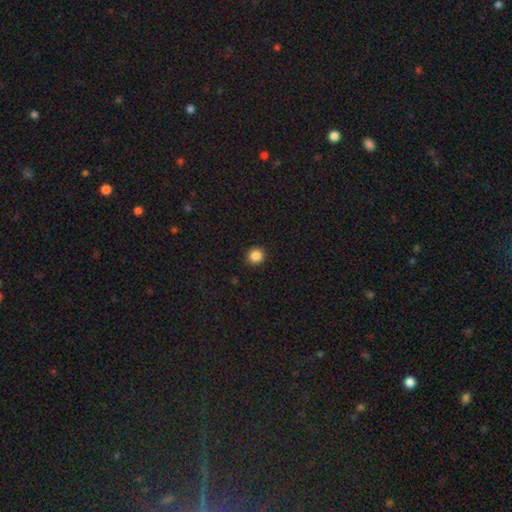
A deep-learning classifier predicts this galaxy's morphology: A smooth galaxy with no disk features (86%) that is round (91%).

Vote fractions:
- Smooth or featured? smooth: 86% / star or artifact: 11% / featured or disk: 3%
- How rounded? round: 91% / in between: 8% / cigar-shaped: 1%
- Merging? none: 92% / minor disturbance: 5% / major disturbance: 2% / merger: 1%